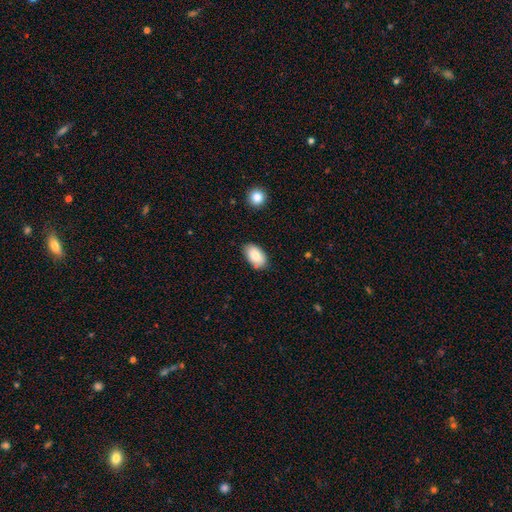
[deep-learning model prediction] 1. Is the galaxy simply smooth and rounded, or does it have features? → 83% smooth, 10% featured or disk, 7% star or artifact.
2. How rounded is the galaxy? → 93% in between, 5% round, 2% cigar-shaped.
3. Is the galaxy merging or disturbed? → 79% none, 16% minor disturbance, 3% major disturbance, 2% merger.